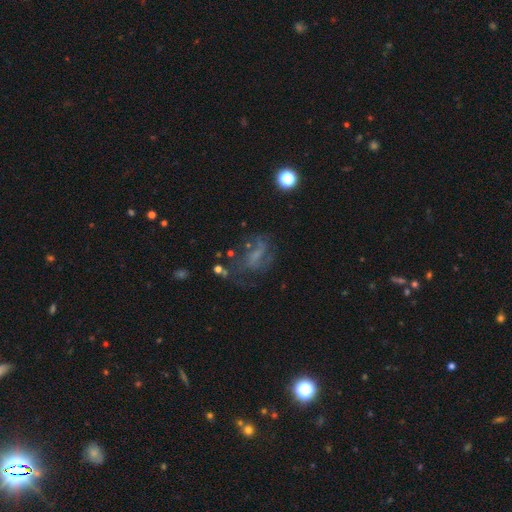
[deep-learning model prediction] This appears to be a featured or disk galaxy (52%). Merging: none (45%).